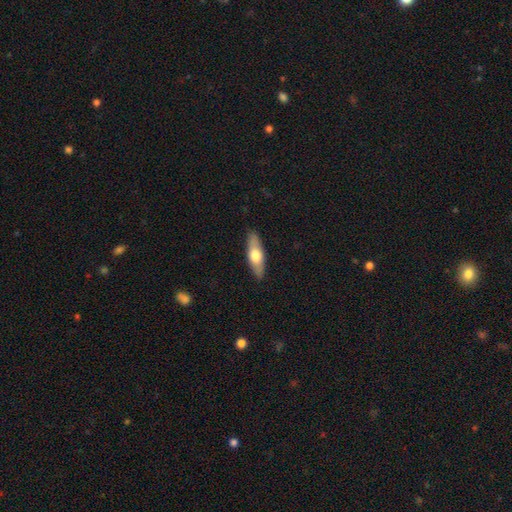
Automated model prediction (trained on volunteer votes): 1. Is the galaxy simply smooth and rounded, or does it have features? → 57% smooth, 37% featured or disk, 5% star or artifact.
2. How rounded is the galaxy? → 51% in between, 46% cigar-shaped, 3% round.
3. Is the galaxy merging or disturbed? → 88% none, 9% minor disturbance, 2% major disturbance, 1% merger.